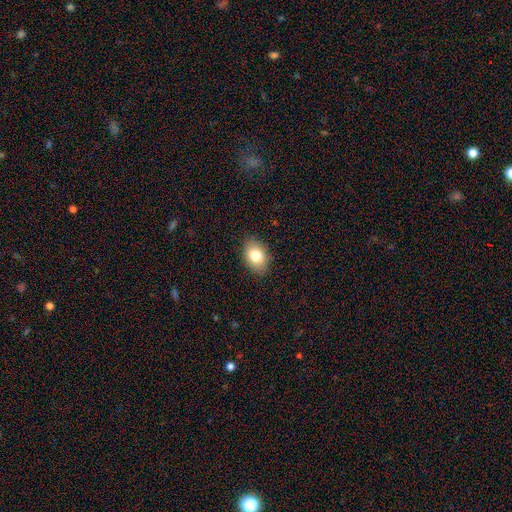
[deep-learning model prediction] This appears to be a smooth galaxy with no disk features (80%) that is in between round and cigar-shaped (82%). Merging: none (87%).